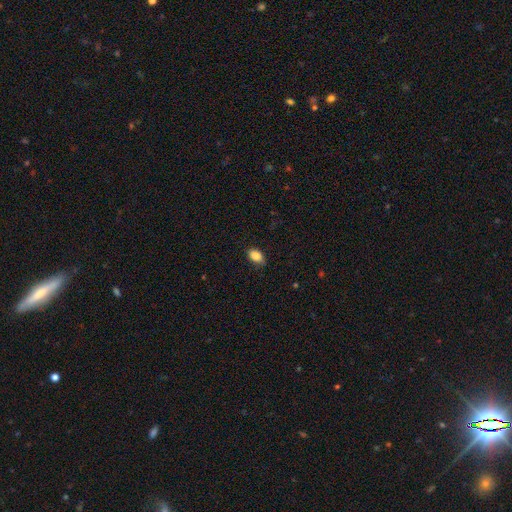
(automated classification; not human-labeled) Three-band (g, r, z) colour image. It shows a smooth galaxy with no disk features (86%) that is in between round and cigar-shaped (86%). Merging: none (80%).